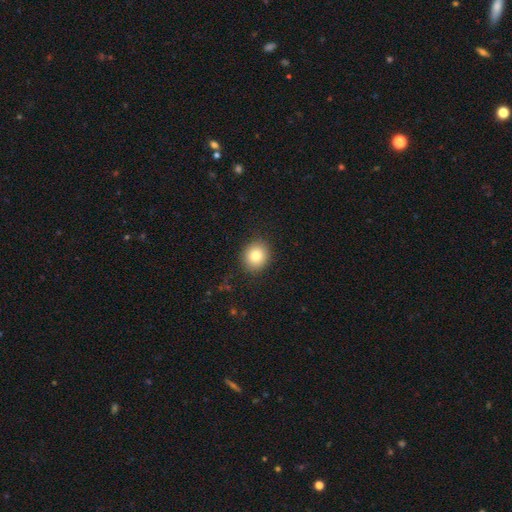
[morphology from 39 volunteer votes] A smooth galaxy with no disk features (77%) that is round (87%). Merging: none (97%).